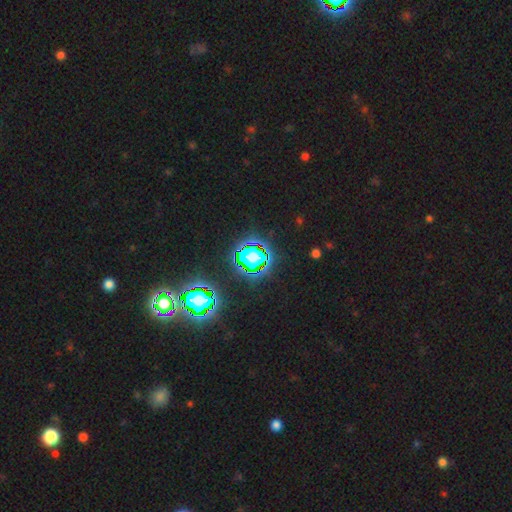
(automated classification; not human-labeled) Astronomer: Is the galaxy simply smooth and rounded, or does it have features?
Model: star or artifact — 68%.